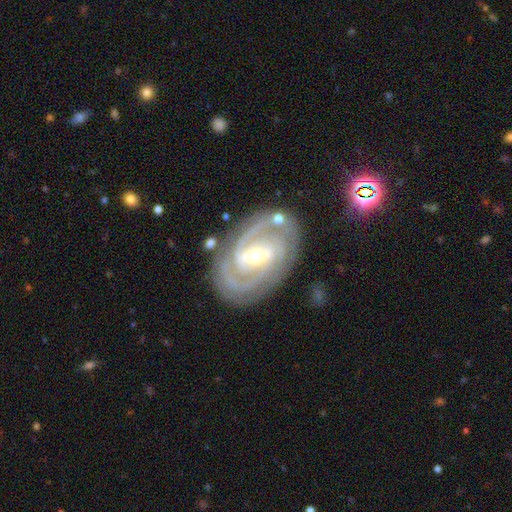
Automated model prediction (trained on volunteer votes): smooth_or_featured: featured or disk (p=0.91) [alt: smooth p=0.04]
disk_edge_on: no (p=0.96) [alt: yes p=0.04]
bar: strong (p=0.47) [alt: weak p=0.40]
has_spiral_arms: yes (p=0.98) [alt: no p=0.02]
spiral_winding: tight (p=0.68) [alt: medium p=0.28]
spiral_arm_count: 2 (p=0.42) [alt: 3 p=0.30]
bulge_size: moderate (p=0.49) [alt: small p=0.48]
merging: none (p=0.78) [alt: minor disturbance p=0.14]